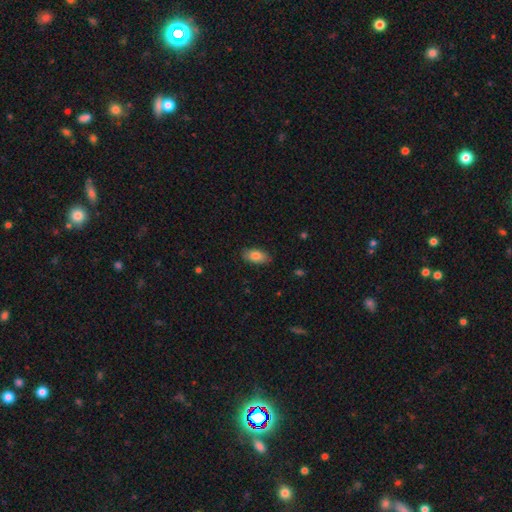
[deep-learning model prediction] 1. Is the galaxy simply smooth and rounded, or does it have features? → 82% smooth, 11% featured or disk, 7% star or artifact.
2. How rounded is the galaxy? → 91% in between, 6% cigar-shaped, 3% round.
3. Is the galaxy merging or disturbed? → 86% none, 11% minor disturbance, 2% major disturbance, 1% merger.